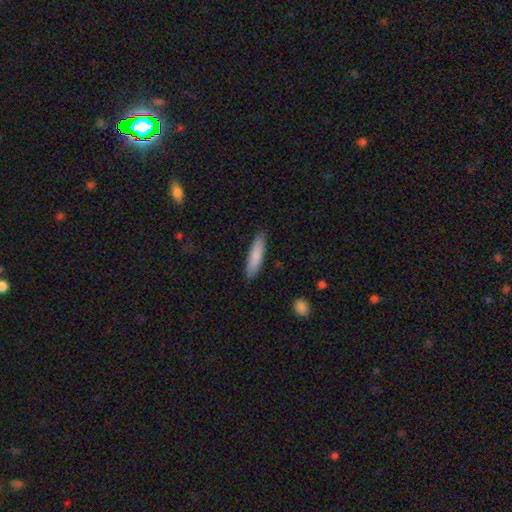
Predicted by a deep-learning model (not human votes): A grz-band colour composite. It shows a smooth galaxy with no disk features (84%) that is cigar-shaped (79%). Merging: none (89%).